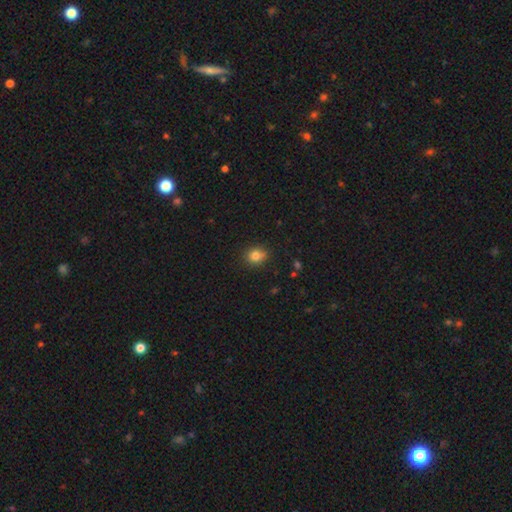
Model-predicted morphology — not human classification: Smooth or featured?
  - smooth: 81% *
  - star or artifact: 12%
  - featured or disk: 7%
How rounded?
  - round: 73% *
  - in between: 26%
  - cigar-shaped: 1%
Merging?
  - none: 77% *
  - minor disturbance: 14%
  - merger: 6%
  - major disturbance: 3%